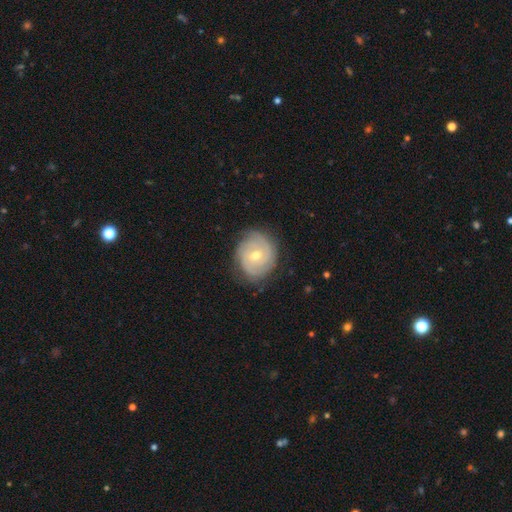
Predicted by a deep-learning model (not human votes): smooth-or-featured: featured or disk: 75% | smooth: 18% | star or artifact: 7%
  disk-edge-on: no: 97% | yes: 3%
    bar: no: 63% | weak: 30% | strong: 6%
    has-spiral-arms: yes: 91% | no: 9%
      spiral-winding: tight: 71% | medium: 23% | loose: 6%
      spiral-arm-count: 2: 35% | can't tell: 31% | 3: 19% | 4: 6% | 1: 4% | more than 4: 4%
    bulge-size: moderate: 55% | small: 42% | large: 1% | none: 1% | dominant: 1%
  merging: none: 79% | minor disturbance: 15% | major disturbance: 4% | merger: 1%